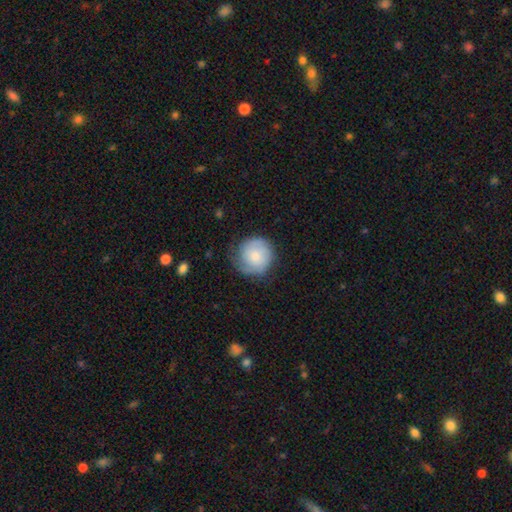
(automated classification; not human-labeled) A smooth galaxy with no disk features (61%) that is round (92%). Merging: none (65%).